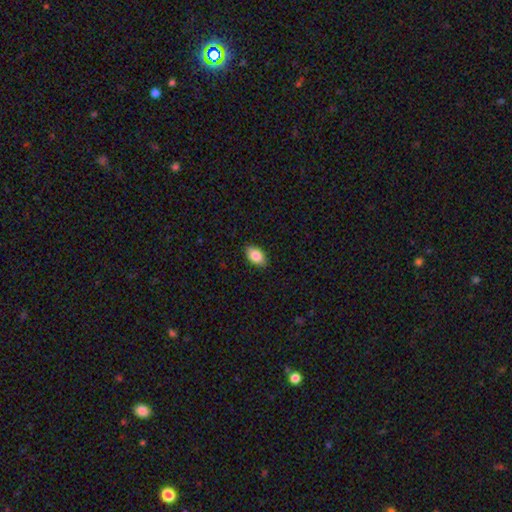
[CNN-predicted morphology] smooth 86%, star or artifact 7%, featured or disk 7%. Down the decision tree: how rounded — in between (91%); merging — none (89%).